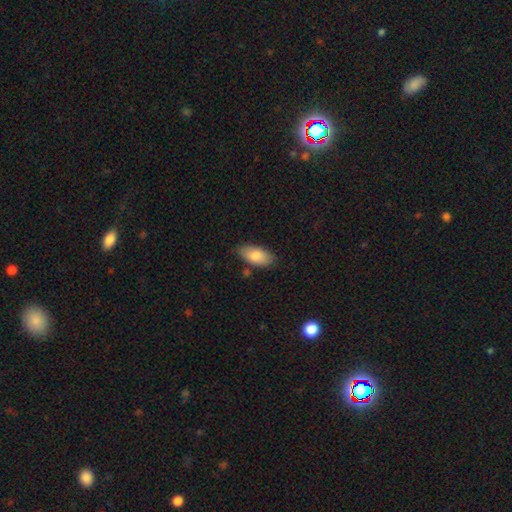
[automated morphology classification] Q: Smooth or featured?
A: smooth (83%); runner-up: featured or disk (10%)
Q: How rounded?
A: in between (92%); runner-up: cigar-shaped (5%)
Q: Merging?
A: none (77%); runner-up: minor disturbance (17%)